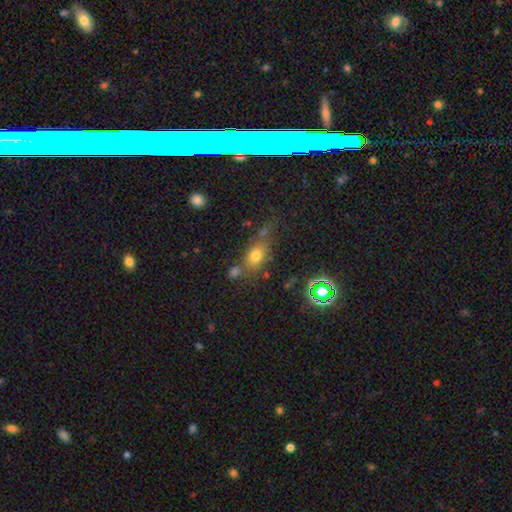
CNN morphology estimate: Smooth or featured?
  - smooth: 70% *
  - star or artifact: 16%
  - featured or disk: 14%
How rounded?
  - in between: 69% *
  - round: 26%
  - cigar-shaped: 5%
Merging?
  - none: 57% *
  - merger: 18%
  - minor disturbance: 17%
  - major disturbance: 8%